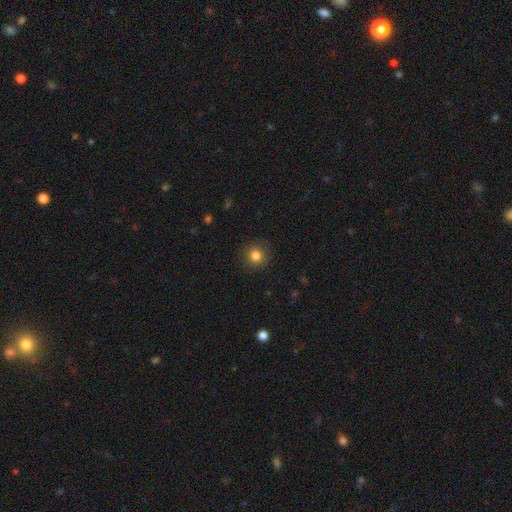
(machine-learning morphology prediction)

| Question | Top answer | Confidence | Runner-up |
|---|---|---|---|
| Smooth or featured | smooth | 82% | star or artifact (12%) |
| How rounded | round | 92% | in between (7%) |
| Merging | none | 89% | minor disturbance (7%) |